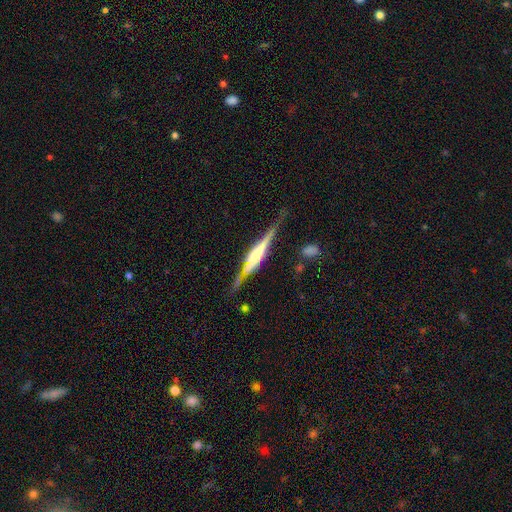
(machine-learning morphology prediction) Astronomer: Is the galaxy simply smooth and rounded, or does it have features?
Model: featured or disk — 78%.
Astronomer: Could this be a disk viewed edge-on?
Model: yes — 97%.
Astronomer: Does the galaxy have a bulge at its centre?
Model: rounded — 49% (runner-up: boxy, 41%).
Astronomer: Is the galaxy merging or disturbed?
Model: none — 76%.